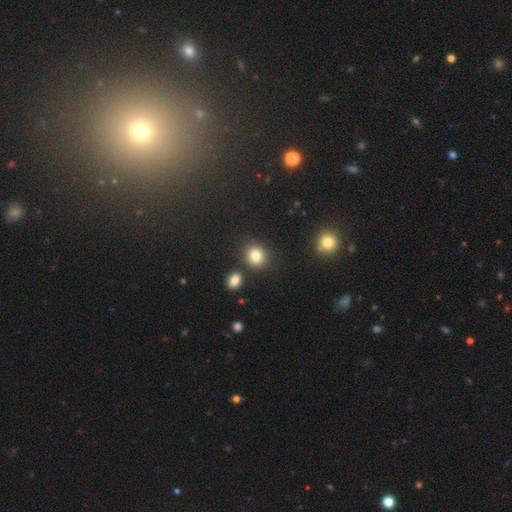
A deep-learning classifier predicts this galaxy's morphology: type=smooth (82%); roundness=round (81%); merging=none (81%).